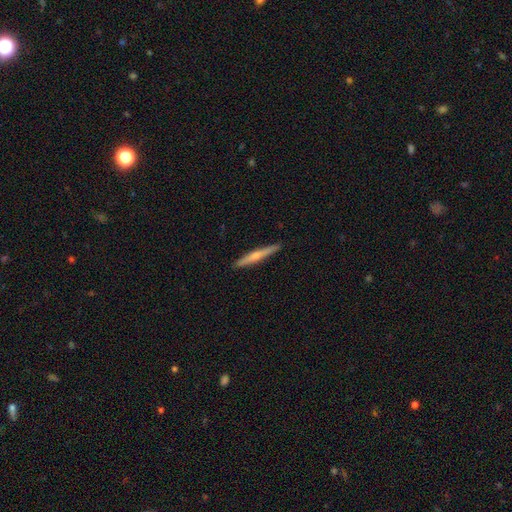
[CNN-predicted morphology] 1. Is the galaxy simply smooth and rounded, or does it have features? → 55% featured or disk, 40% smooth, 5% star or artifact.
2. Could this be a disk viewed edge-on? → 97% yes, 3% no.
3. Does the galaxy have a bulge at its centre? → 76% rounded, 19% none, 5% boxy.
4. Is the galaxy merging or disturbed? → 91% none, 6% minor disturbance, 1% major disturbance, 1% merger.